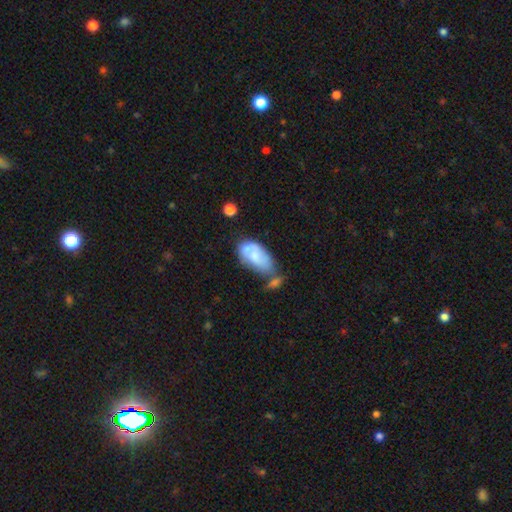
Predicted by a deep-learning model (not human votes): A smooth galaxy with no disk features (63%) that is in between round and cigar-shaped (93%).

Vote fractions:
- Smooth or featured? smooth: 63% / featured or disk: 30% / star or artifact: 7%
- How rounded? in between: 93% / round: 4% / cigar-shaped: 3%
- Merging? merger: 36% / none: 26% / minor disturbance: 24% / major disturbance: 14%